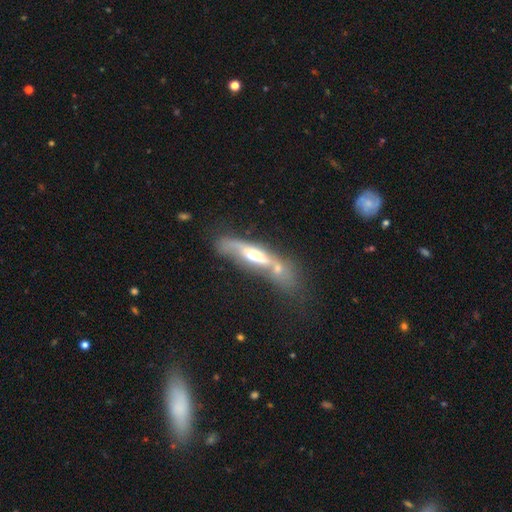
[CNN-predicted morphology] The model was most divided on "edge-on disk": yes: 53%, no: 47%. Remaining: smooth or featured — featured or disk (60%); merging — merger (36%).